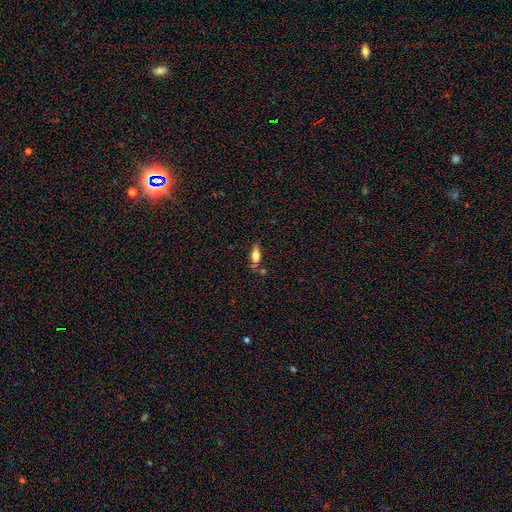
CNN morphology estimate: This appears to be a smooth galaxy with no disk features (69%) that is in between round and cigar-shaped (72%). Merging: none (64%).